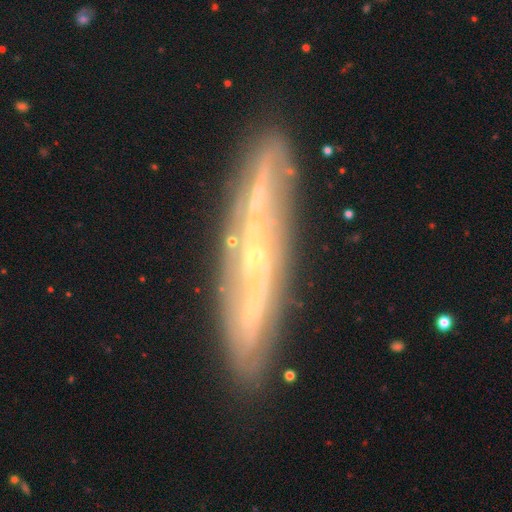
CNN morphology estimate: Smooth or featured?
  - featured or disk: 82% *
  - smooth: 11%
  - star or artifact: 7%
Edge-on disk?
  - yes: 66% *
  - no: 34%
Edge-on bulge?
  - rounded: 51% *
  - none: 43%
  - boxy: 6%
Merging?
  - none: 81% *
  - minor disturbance: 13%
  - major disturbance: 4%
  - merger: 2%